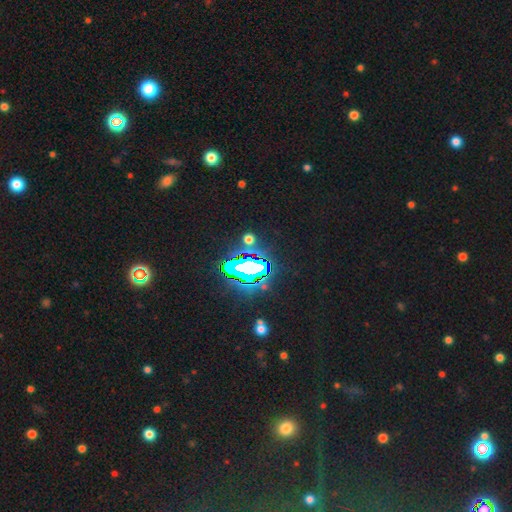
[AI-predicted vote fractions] A star or artifact, not a galaxy (71%).

Vote fractions:
- Smooth or featured? star or artifact: 71% / smooth: 16% / featured or disk: 13%